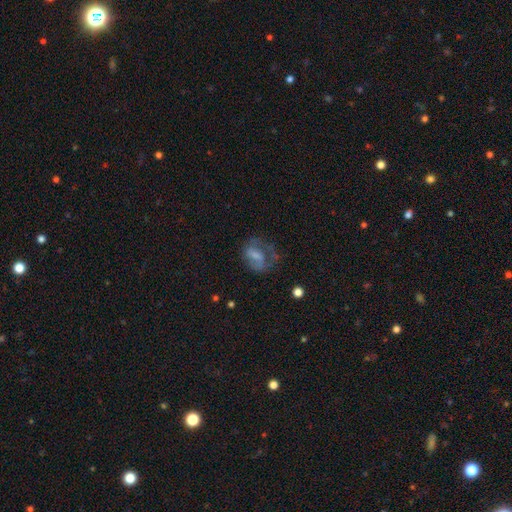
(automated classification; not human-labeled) This appears to be a featured or disk galaxy (47%). Merging: major disturbance (37%, tied with none).